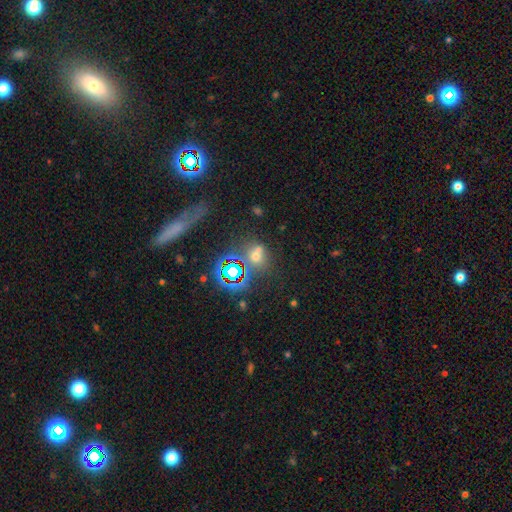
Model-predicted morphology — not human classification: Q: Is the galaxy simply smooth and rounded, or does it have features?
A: smooth — 45%.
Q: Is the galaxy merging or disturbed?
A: none — 55%.